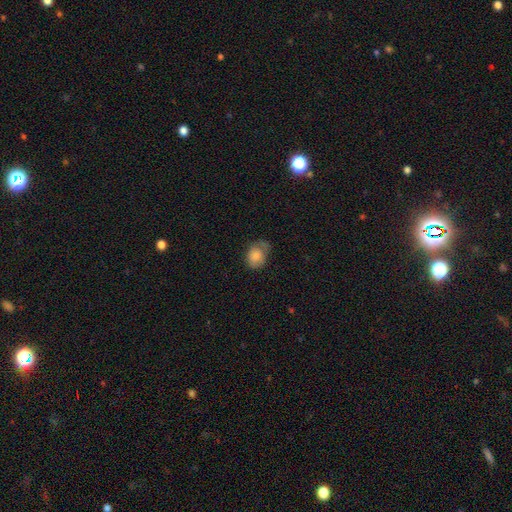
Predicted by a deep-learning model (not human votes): Q: Smooth or featured?
A: smooth (80%); runner-up: featured or disk (12%)
Q: How rounded?
A: in between (59%); runner-up: round (40%)
Q: Merging?
A: none (45%); runner-up: minor disturbance (36%)